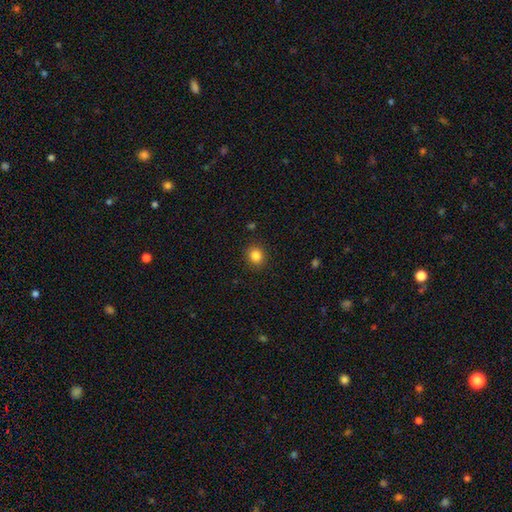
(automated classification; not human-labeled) A smooth galaxy with no disk features (84%) that is round (82%). Merging: none (90%).